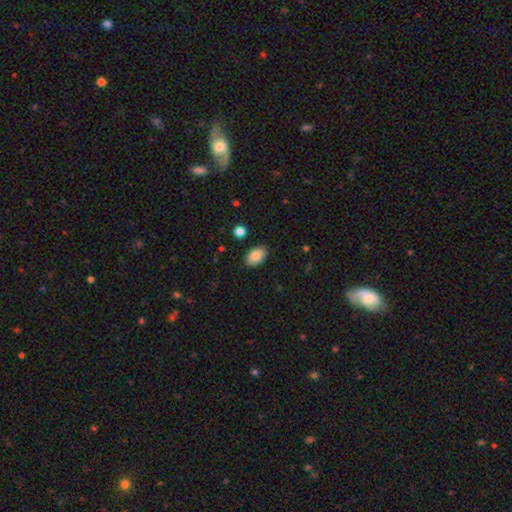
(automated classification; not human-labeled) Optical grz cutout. It shows a smooth galaxy with no disk features (87%) that is in between round and cigar-shaped (90%). Merging: none (87%).